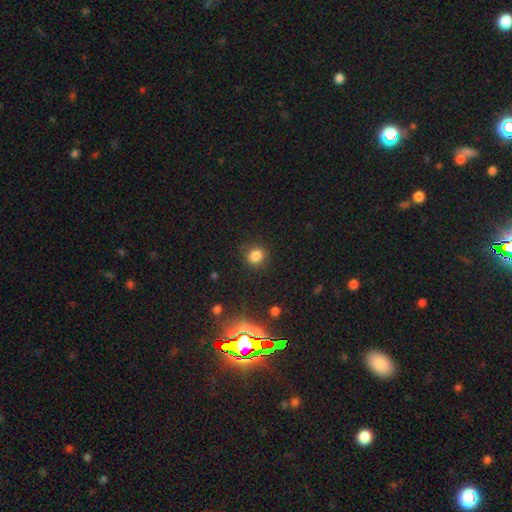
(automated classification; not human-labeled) Overall: smooth (82%). How rounded: round (74%). Merging: none (86%).